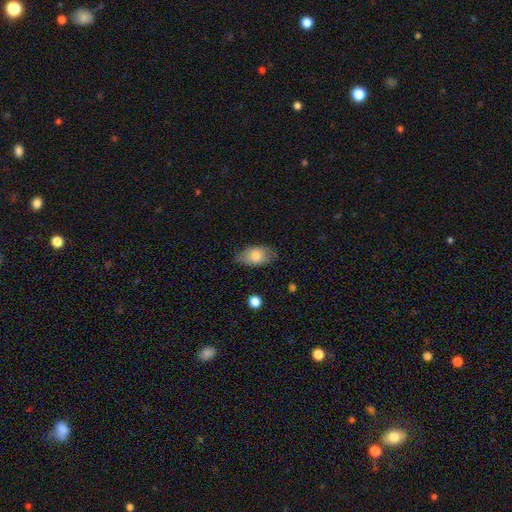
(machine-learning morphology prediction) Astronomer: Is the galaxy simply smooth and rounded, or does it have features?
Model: smooth — 77%.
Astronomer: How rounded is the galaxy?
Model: in between — 91%.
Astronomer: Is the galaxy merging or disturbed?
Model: none — 75%.